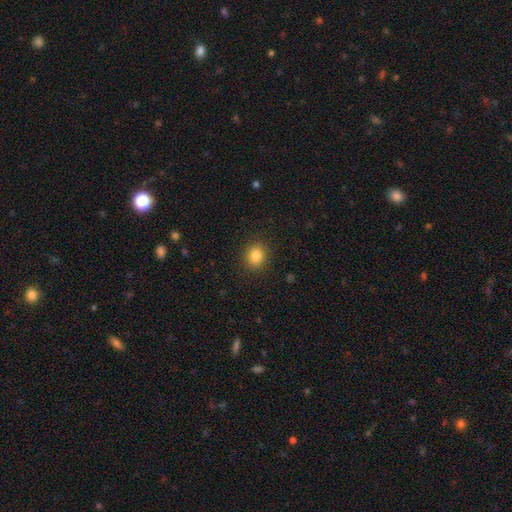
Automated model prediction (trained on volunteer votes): This is clearly a smooth galaxy (83%). How rounded: likely round (71%). Merging: clearly none (89%).